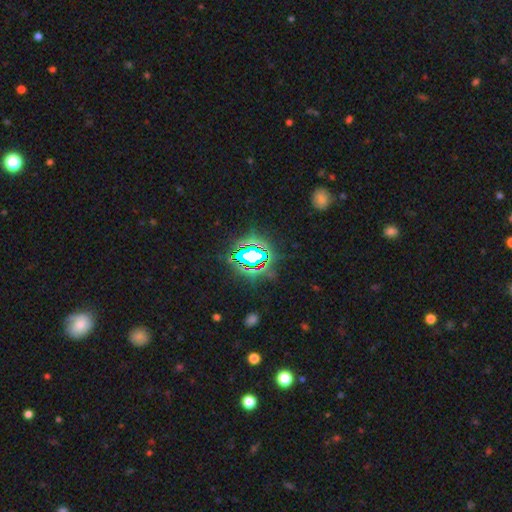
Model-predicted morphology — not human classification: This is likely a star or artifact rather than a galaxy (75%).